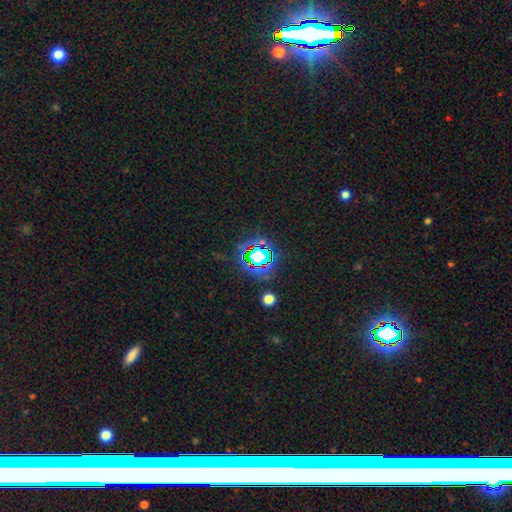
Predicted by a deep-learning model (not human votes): Smooth or featured? star or artifact (68%)